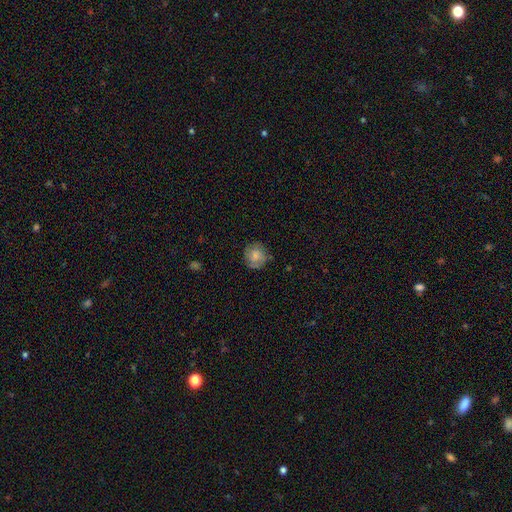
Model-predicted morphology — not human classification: This appears to be a smooth galaxy with no disk features (65%) that is round (84%). Merging: none (74%).